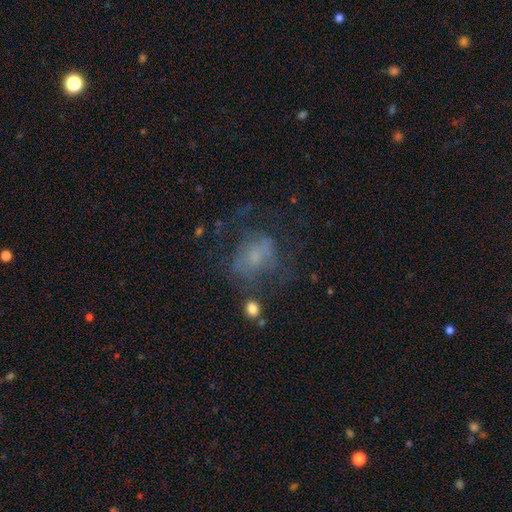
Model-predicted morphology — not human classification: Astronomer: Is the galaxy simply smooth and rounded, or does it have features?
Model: featured or disk — 47% (runner-up: smooth, 36%).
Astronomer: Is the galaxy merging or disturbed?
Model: none — 43% (runner-up: major disturbance, 33%).